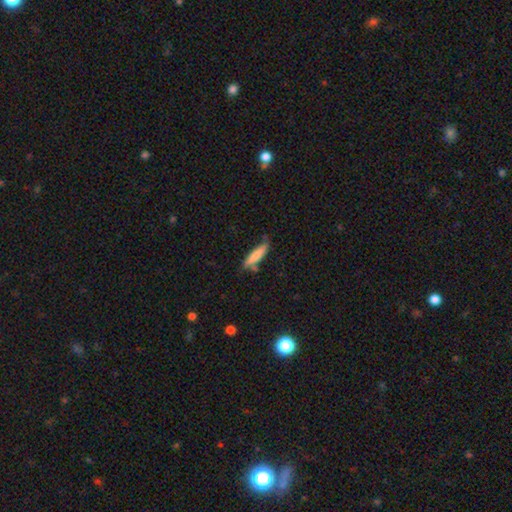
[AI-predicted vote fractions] smooth 76%, featured or disk 17%, star or artifact 6%. Down the decision tree: how rounded — cigar-shaped (78%); merging — none (68%).